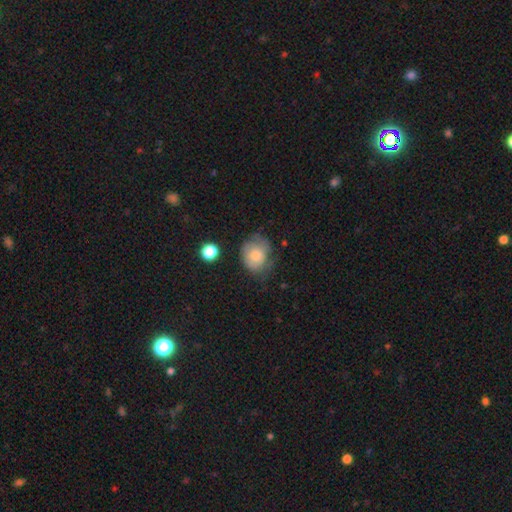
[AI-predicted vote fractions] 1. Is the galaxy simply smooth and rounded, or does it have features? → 71% smooth, 20% featured or disk, 8% star or artifact.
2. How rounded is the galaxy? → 59% round, 41% in between, 1% cigar-shaped.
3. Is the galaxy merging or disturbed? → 47% none, 34% minor disturbance, 17% major disturbance, 2% merger.